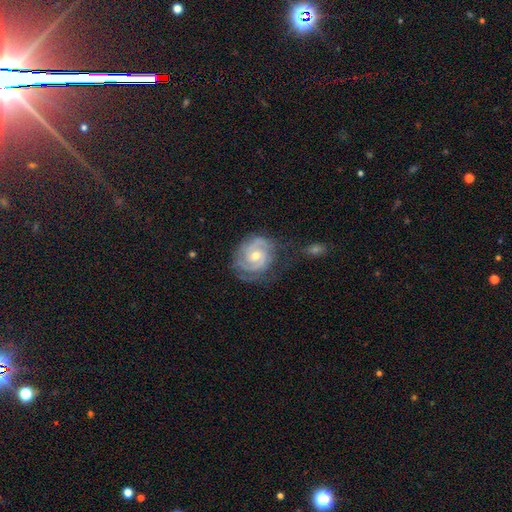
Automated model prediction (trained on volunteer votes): featured or disk 86%, smooth 9%, star or artifact 5%. Down the decision tree: edge-on disk — no (98%); bar — no (61%); spiral arms — yes (97%); spiral arm count — 2 (55%); spiral winding — tight (69%); bulge size — moderate (57%); merging — none (65%).